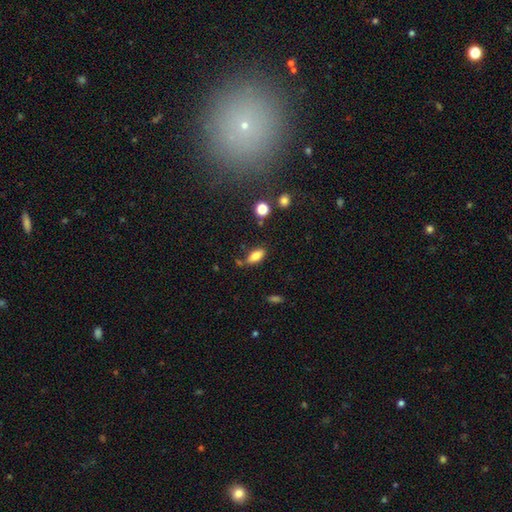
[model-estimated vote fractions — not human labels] Smooth or featured? smooth (78%)
How rounded? in between (86%)
Merging? none (68%)